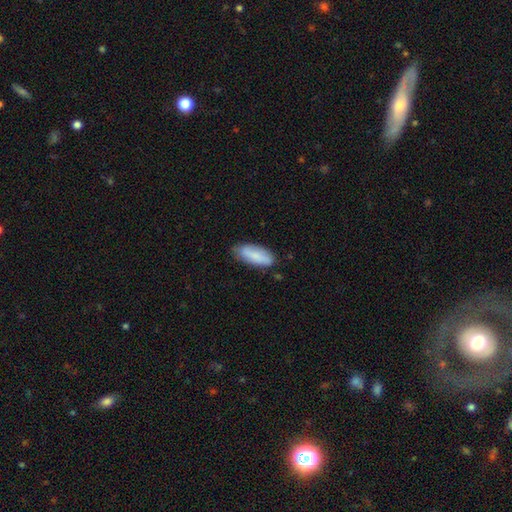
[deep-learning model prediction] Smooth or featured? Predicted: smooth (p=0.82). How rounded? Predicted: in between (p=0.75). Merging? Predicted: none (p=0.74).